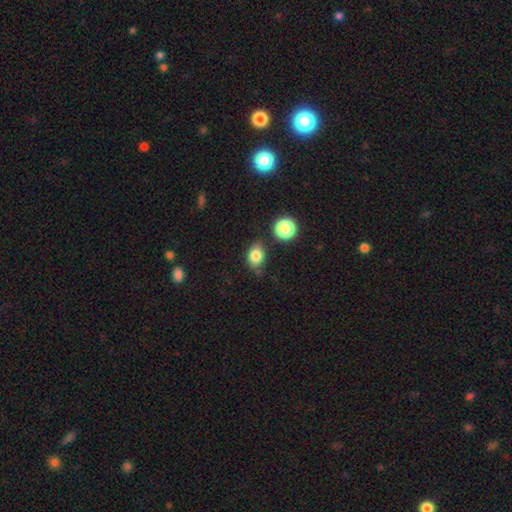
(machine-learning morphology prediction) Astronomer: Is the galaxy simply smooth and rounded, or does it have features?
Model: smooth — 81%.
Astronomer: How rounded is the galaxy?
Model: in between — 65%.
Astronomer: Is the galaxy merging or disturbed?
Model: none — 67%.